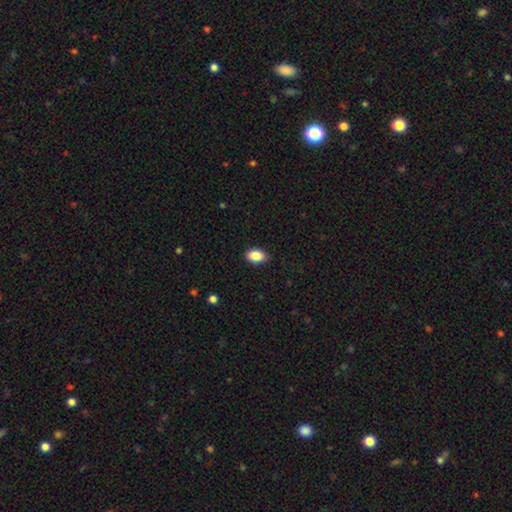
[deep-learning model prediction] Smooth or featured? smooth (88%)
How rounded? in between (89%)
Merging? none (88%)